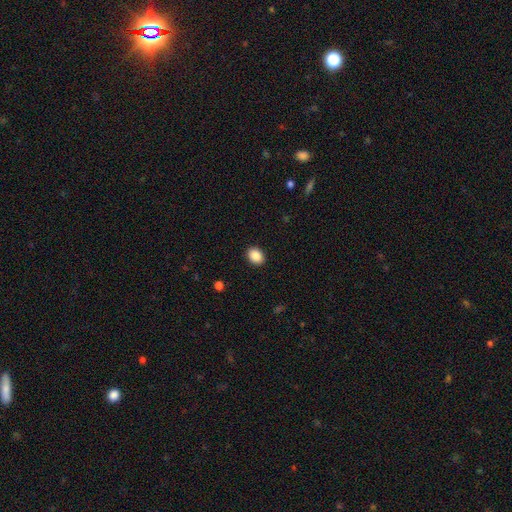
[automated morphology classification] Smooth or featured? smooth (88%)
How rounded? in between (58%)
Merging? none (91%)